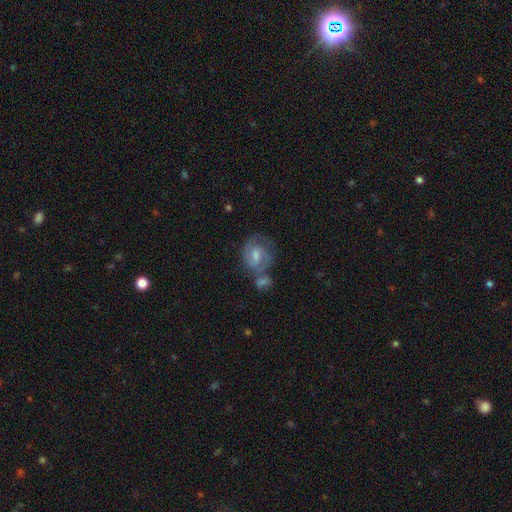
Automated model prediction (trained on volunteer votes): The model was most divided on "spiral winding": tight: 46%, medium: 43%, loose: 12%. Remaining: edge-on disk — no (96%); spiral arms — yes (84%); smooth or featured — featured or disk (66%); spiral arm count — 2 (61%); bulge size — moderate (53%); bar — weak (52%); merging — none (44%).